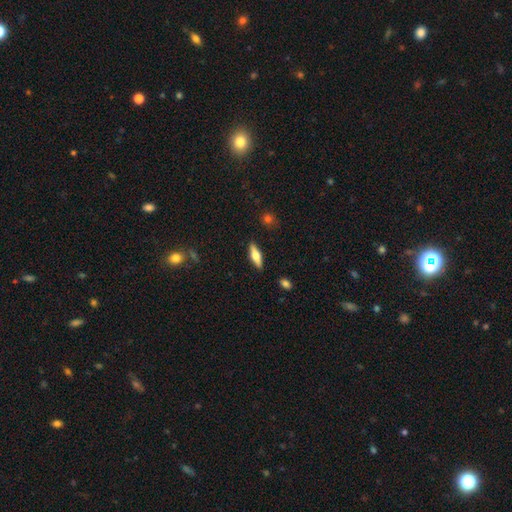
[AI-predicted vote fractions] A smooth galaxy with no disk features (55%) that is cigar-shaped (50%). Merging: none (88%).